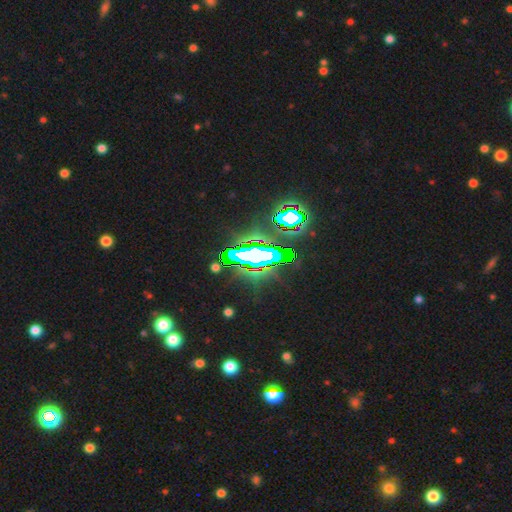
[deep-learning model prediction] Smooth or featured? Predicted: star or artifact (p=0.67).